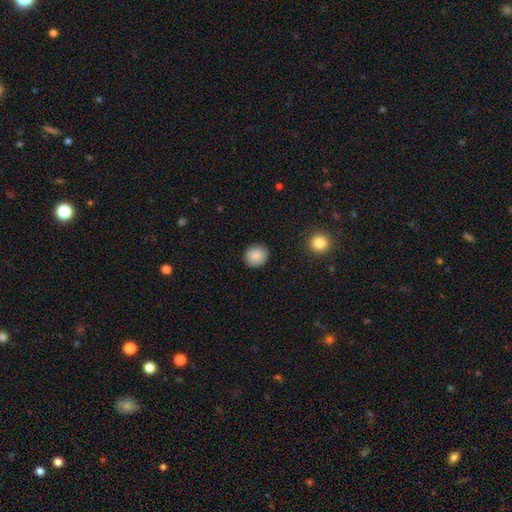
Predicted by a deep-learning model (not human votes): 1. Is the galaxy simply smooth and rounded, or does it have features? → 88% smooth, 8% star or artifact, 4% featured or disk.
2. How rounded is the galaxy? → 87% round, 12% in between, 1% cigar-shaped.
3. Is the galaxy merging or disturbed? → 89% none, 7% minor disturbance, 2% major disturbance, 1% merger.